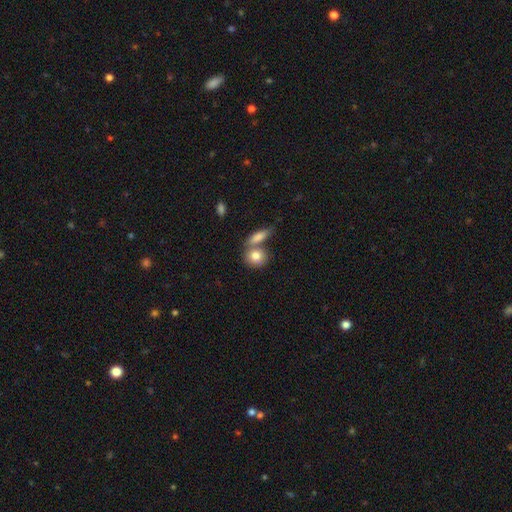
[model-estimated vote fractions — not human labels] smooth_or_featured: smooth (p=0.81) [alt: featured or disk p=0.12]
how_rounded: round (p=0.60) [alt: in between p=0.36]
merging: none (p=0.44) [alt: merger p=0.42]